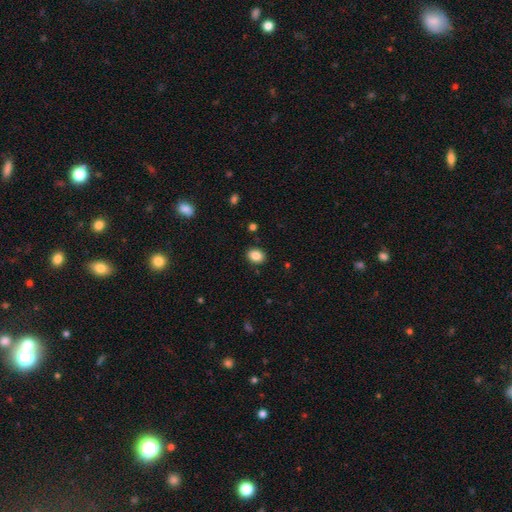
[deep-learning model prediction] Smooth or featured? Predicted: smooth (p=0.86). How rounded? Predicted: in between (p=0.58). Merging? Predicted: none (p=0.89).